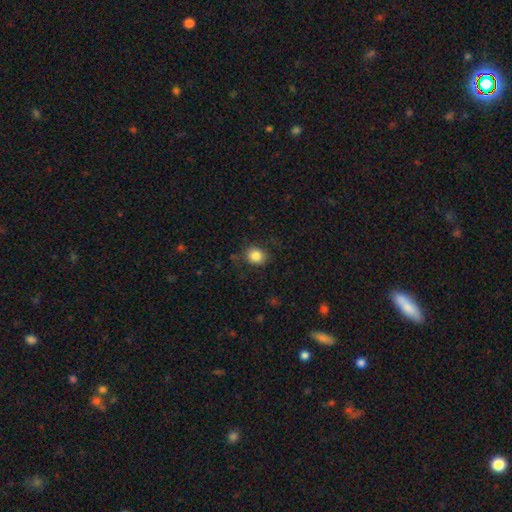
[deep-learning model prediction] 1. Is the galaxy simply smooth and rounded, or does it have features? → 85% smooth, 9% star or artifact, 6% featured or disk.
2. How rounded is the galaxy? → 74% round, 26% in between, 1% cigar-shaped.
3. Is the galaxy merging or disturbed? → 81% none, 14% minor disturbance, 5% major disturbance, 1% merger.